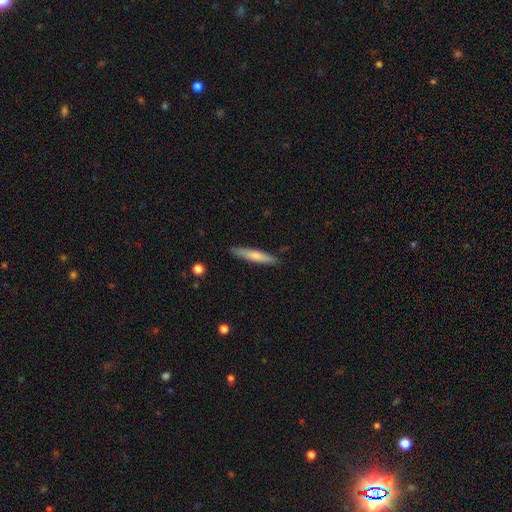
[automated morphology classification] smooth_or_featured: smooth (p=0.66) [alt: featured or disk p=0.28]
how_rounded: cigar-shaped (p=0.90) [alt: in between p=0.08]
merging: none (p=0.87) [alt: minor disturbance p=0.10]